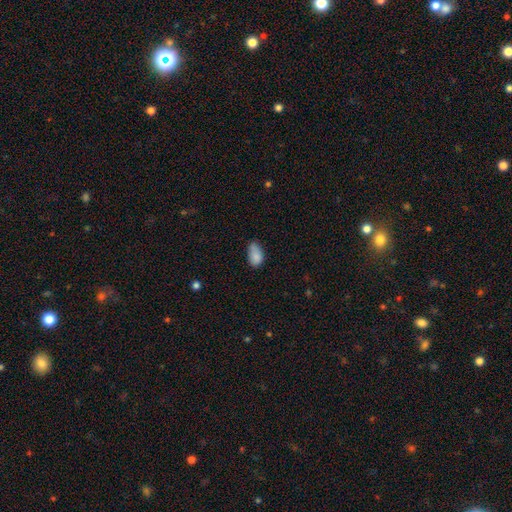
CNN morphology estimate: type=smooth (84%); roundness=in between (91%); merging=none (45%).